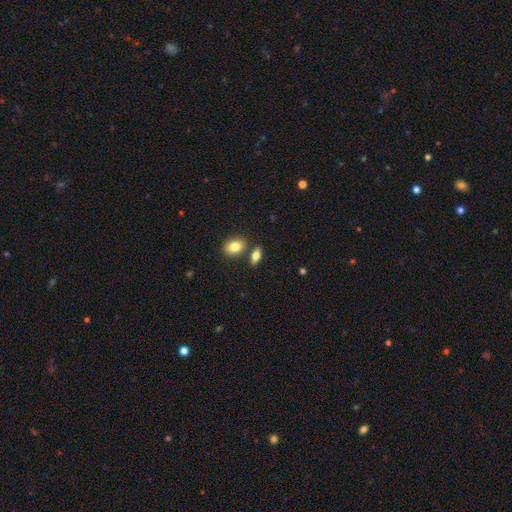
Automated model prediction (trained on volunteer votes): Smooth or featured?
  - smooth: 80% *
  - featured or disk: 12%
  - star or artifact: 8%
How rounded?
  - in between: 84% *
  - round: 9%
  - cigar-shaped: 7%
Merging?
  - none: 73% *
  - merger: 15%
  - minor disturbance: 10%
  - major disturbance: 3%